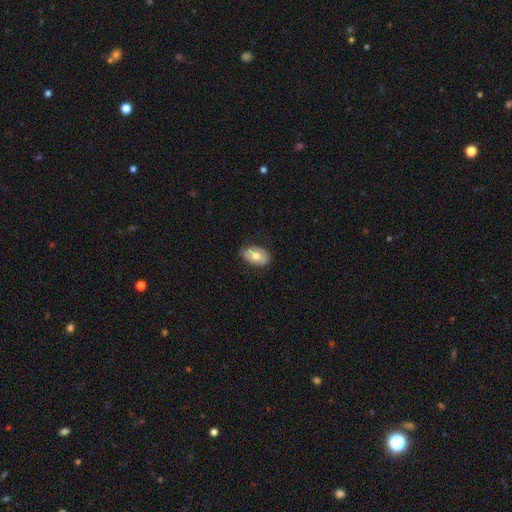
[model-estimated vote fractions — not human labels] A smooth galaxy with no disk features (66%) that is in between round and cigar-shaped (89%). Merging: none (79%).